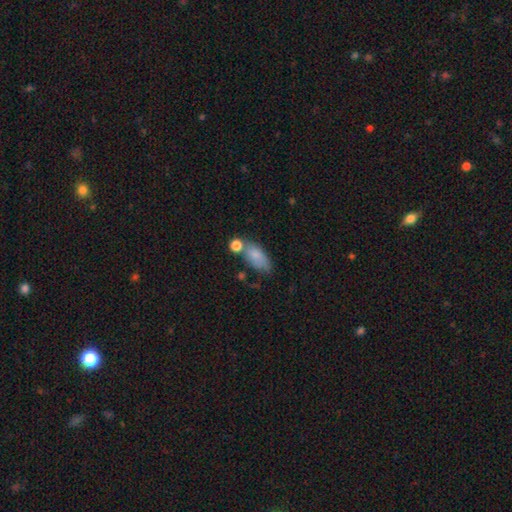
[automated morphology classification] Smooth or featured: smooth — 79% (featured or disk — 12%)
How rounded: in between — 85% (cigar-shaped — 9%)
Merging: none — 47% (minor disturbance — 24%)